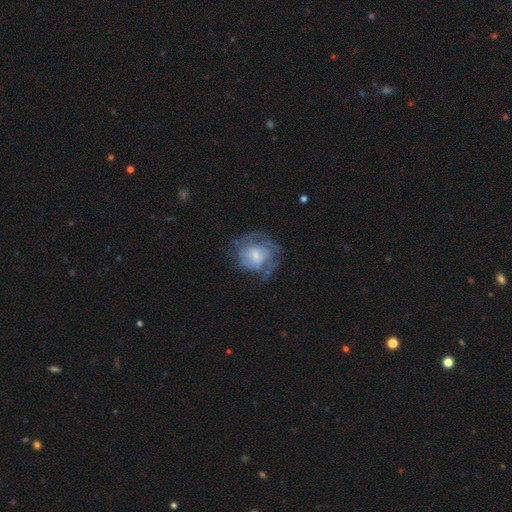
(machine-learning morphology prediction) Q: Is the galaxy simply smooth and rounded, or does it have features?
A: featured or disk — 65%.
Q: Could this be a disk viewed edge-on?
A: no — 98%.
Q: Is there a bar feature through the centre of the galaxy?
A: no — 61%.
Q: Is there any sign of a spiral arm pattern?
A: yes — 70%.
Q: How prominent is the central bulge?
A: small — 41%.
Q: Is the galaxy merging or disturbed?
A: none — 51%.